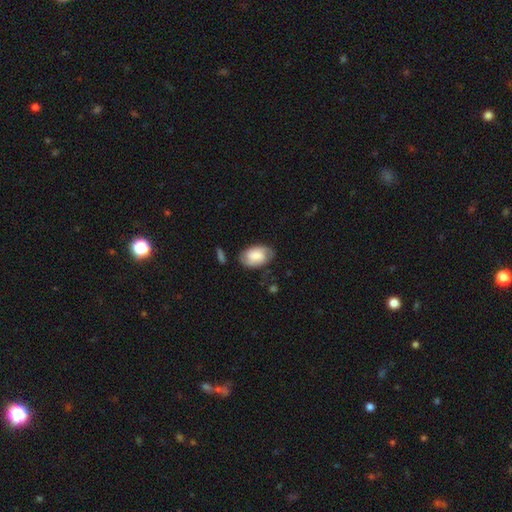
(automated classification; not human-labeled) A featured or disk galaxy (48%).

Vote fractions:
- Smooth or featured? featured or disk: 48% / smooth: 45% / star or artifact: 7%
- Merging? none: 74% / minor disturbance: 18% / major disturbance: 5% / merger: 3%